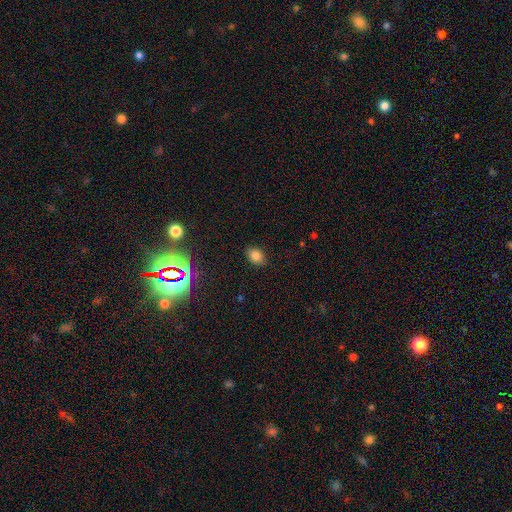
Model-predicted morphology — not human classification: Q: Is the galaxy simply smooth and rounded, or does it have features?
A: smooth — 80%.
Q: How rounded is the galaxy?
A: in between — 74%.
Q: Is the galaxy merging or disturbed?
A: none — 85%.